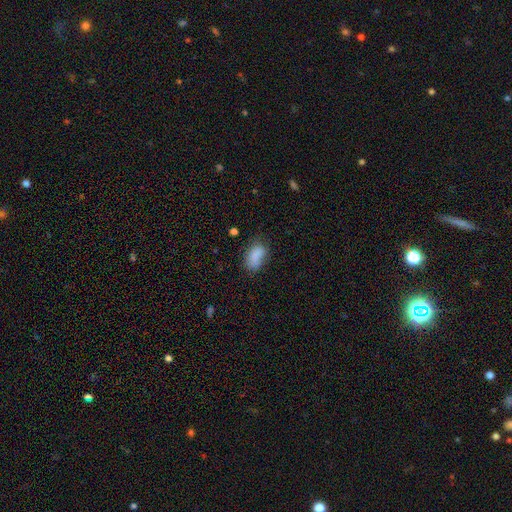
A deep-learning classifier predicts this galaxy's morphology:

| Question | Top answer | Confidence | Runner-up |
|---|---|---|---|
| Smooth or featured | smooth | 84% | star or artifact (9%) |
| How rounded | in between | 91% | round (6%) |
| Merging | none | 57% | minor disturbance (29%) |